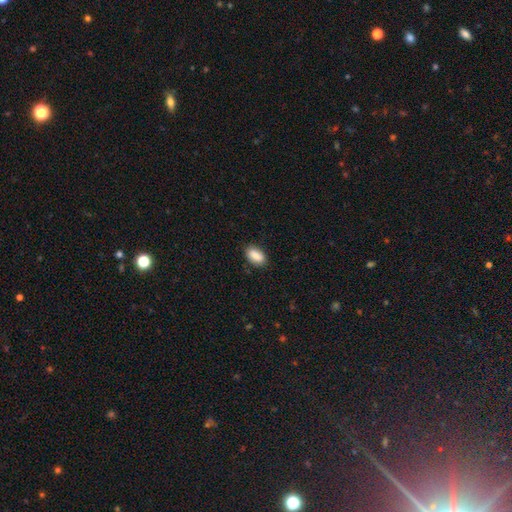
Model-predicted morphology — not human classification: smooth 88%, star or artifact 7%, featured or disk 5%. Down the decision tree: how rounded — in between (92%); merging — none (85%).